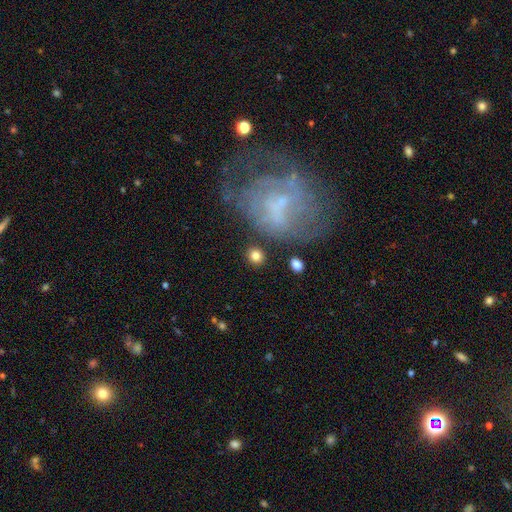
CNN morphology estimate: The model was most divided on "how rounded": round: 80%, in between: 18%, cigar-shaped: 1%. More confident: merging — none (86%); smooth or featured — smooth (81%).